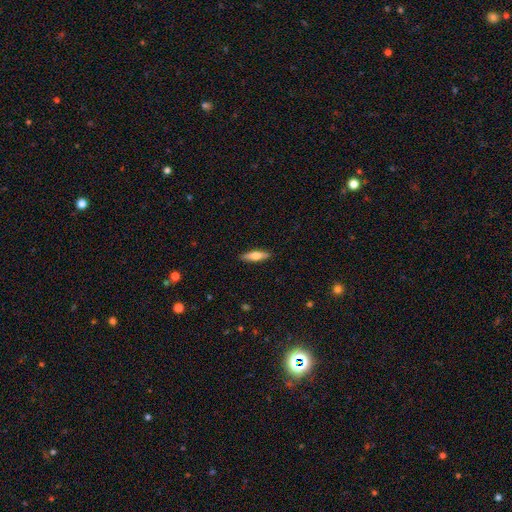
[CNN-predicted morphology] Q: Smooth or featured?
A: smooth (58%); runner-up: featured or disk (36%)
Q: How rounded?
A: cigar-shaped (60%); runner-up: in between (37%)
Q: Merging?
A: none (90%); runner-up: minor disturbance (7%)